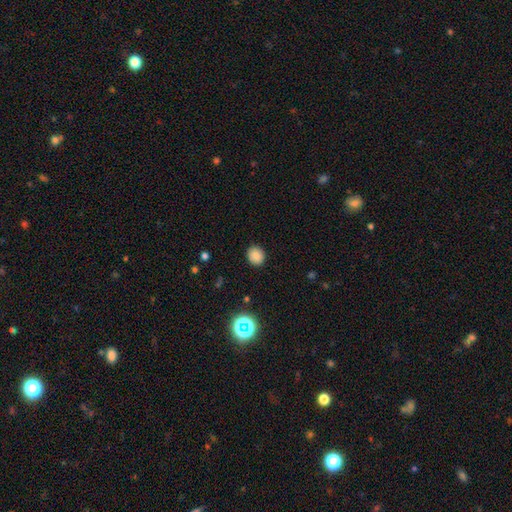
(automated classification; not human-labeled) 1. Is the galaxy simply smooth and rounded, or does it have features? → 84% smooth, 12% star or artifact, 4% featured or disk.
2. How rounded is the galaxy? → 81% round, 18% in between, 1% cigar-shaped.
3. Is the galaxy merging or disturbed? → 90% none, 7% minor disturbance, 2% major disturbance, 1% merger.